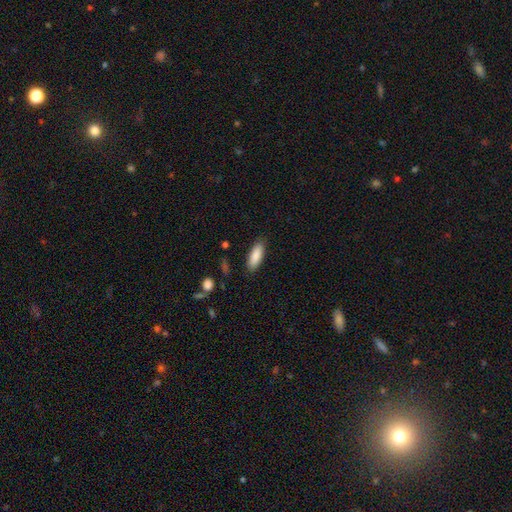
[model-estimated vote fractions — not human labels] Smooth or featured? Predicted: smooth (p=0.88). How rounded? Predicted: in between (p=0.66). Merging? Predicted: none (p=0.87).